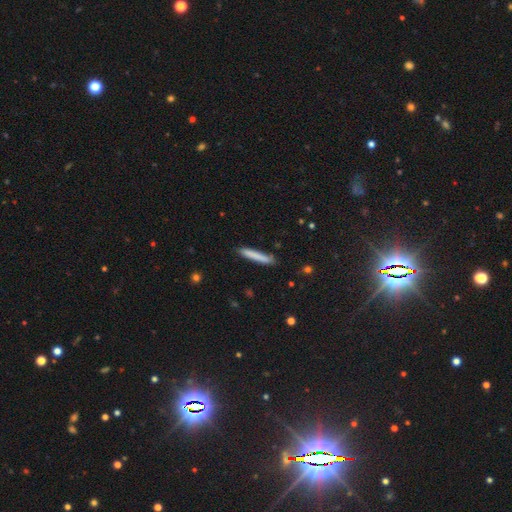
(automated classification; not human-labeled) Overall: smooth (80%). How rounded: cigar-shaped (95%). Merging: none (87%).